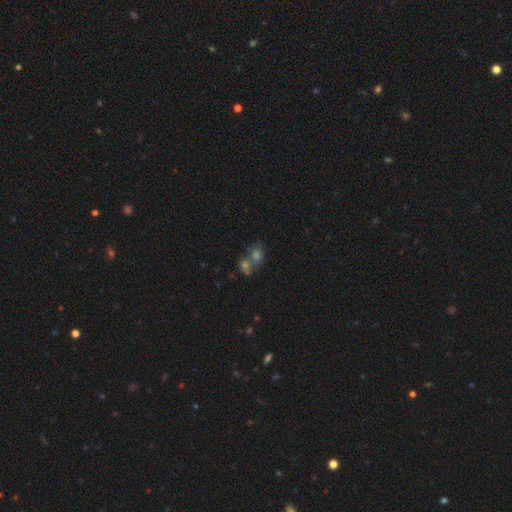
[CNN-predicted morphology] smooth 55%, star or artifact 25%, featured or disk 20%. Down the decision tree: how rounded — round (62%); merging — merger (52%).